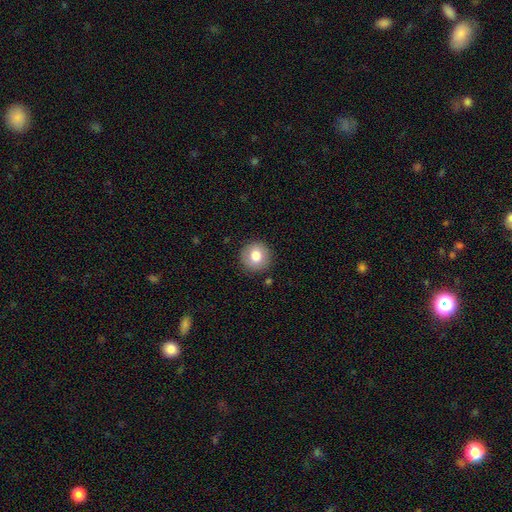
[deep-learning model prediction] Q: Smooth or featured?
A: smooth (79%); runner-up: featured or disk (13%)
Q: How rounded?
A: round (94%); runner-up: in between (5%)
Q: Merging?
A: none (90%); runner-up: minor disturbance (7%)